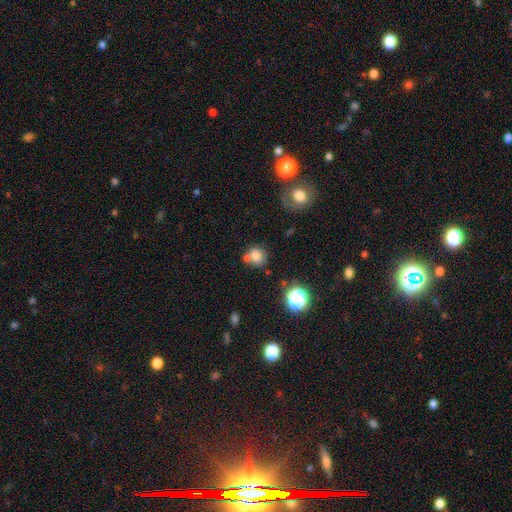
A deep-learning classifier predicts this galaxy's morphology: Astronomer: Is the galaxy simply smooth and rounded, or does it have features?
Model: smooth — 77%.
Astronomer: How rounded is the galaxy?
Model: round — 78%.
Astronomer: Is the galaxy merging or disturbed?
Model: none — 59%.